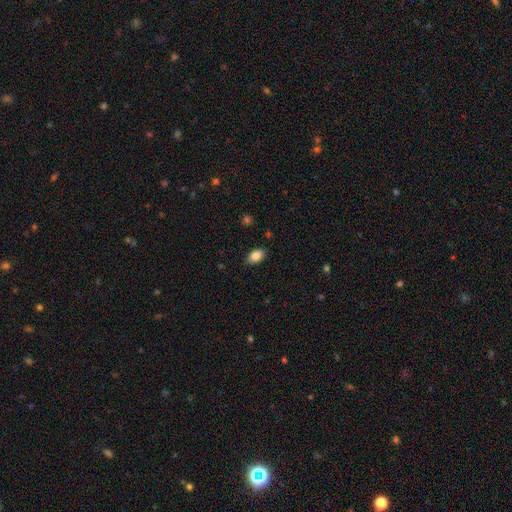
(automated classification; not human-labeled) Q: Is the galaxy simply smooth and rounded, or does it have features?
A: smooth — 84%.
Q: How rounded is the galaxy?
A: in between — 90%.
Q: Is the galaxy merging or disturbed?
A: none — 86%.